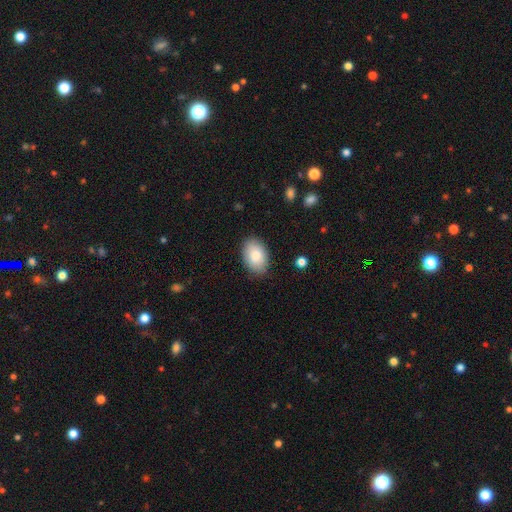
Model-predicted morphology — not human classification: This is clearly a smooth galaxy (84%). How rounded: clearly in between (90%). Merging: clearly none (86%).